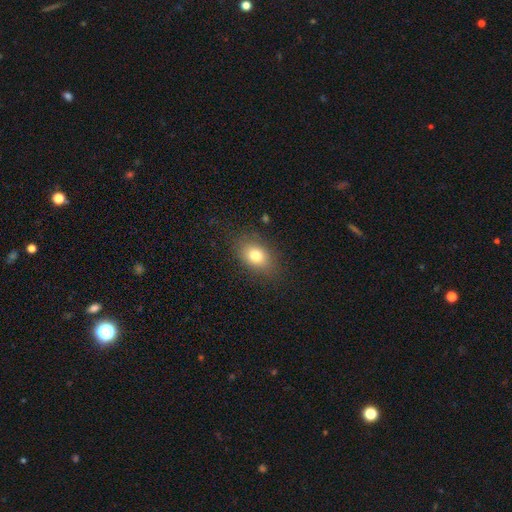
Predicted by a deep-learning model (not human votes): This is likely a smooth galaxy (78%). How rounded: likely in between (74%). Merging: likely none (80%).